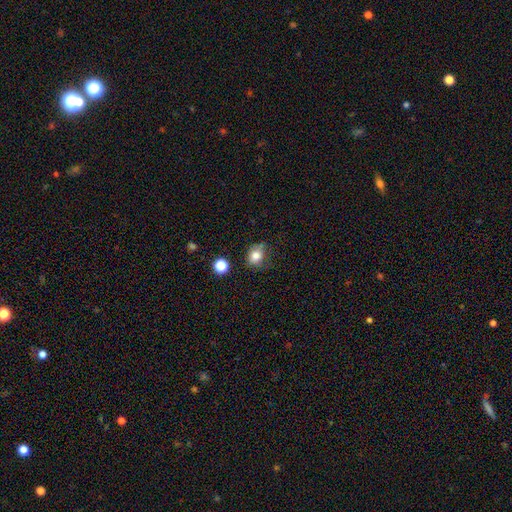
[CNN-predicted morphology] smooth 80%, star or artifact 12%, featured or disk 8%. Down the decision tree: how rounded — round (65%); merging — none (69%).